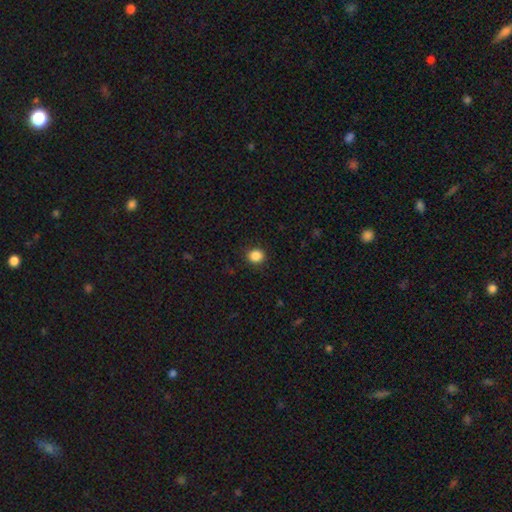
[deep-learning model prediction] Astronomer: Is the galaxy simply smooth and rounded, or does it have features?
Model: smooth — 86%.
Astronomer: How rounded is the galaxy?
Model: round — 85%.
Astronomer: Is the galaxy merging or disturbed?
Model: none — 91%.